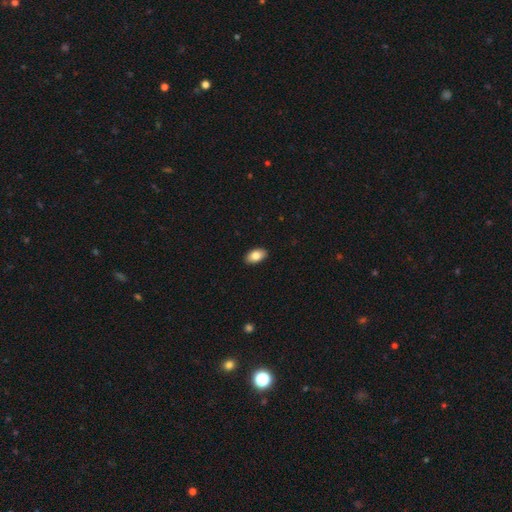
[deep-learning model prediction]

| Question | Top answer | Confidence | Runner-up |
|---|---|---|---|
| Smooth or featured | smooth | 84% | featured or disk (9%) |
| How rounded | in between | 93% | round (5%) |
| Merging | none | 90% | minor disturbance (7%) |